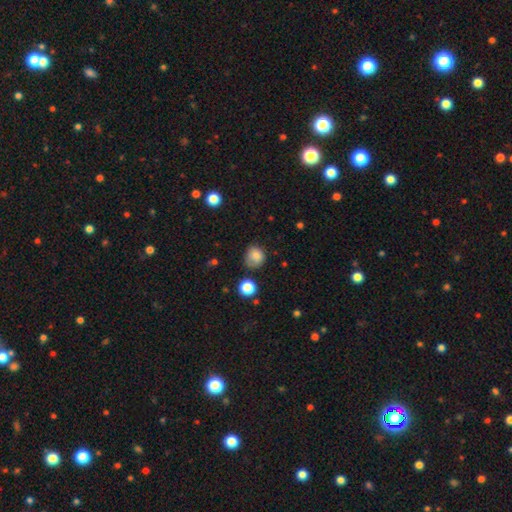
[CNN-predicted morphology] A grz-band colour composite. It shows a smooth galaxy with no disk features (82%) that is round (81%). Merging: none (67%).